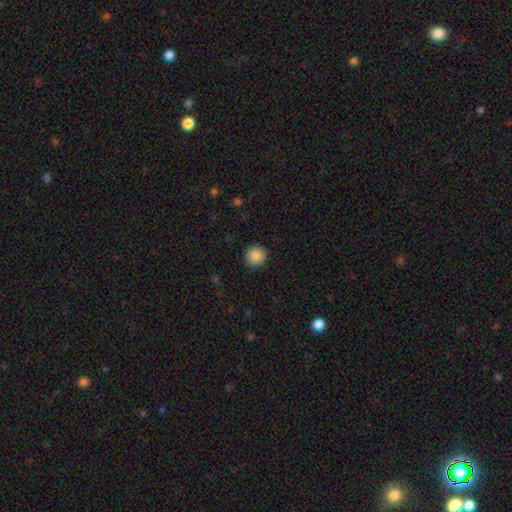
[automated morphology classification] type=smooth (87%); roundness=round (91%); merging=none (90%).